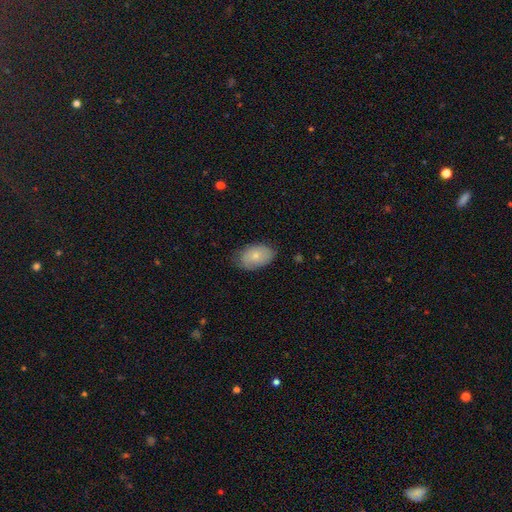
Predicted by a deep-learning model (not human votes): Q: Smooth or featured?
A: smooth (77%); runner-up: featured or disk (16%)
Q: How rounded?
A: in between (91%); runner-up: round (8%)
Q: Merging?
A: none (74%); runner-up: minor disturbance (21%)